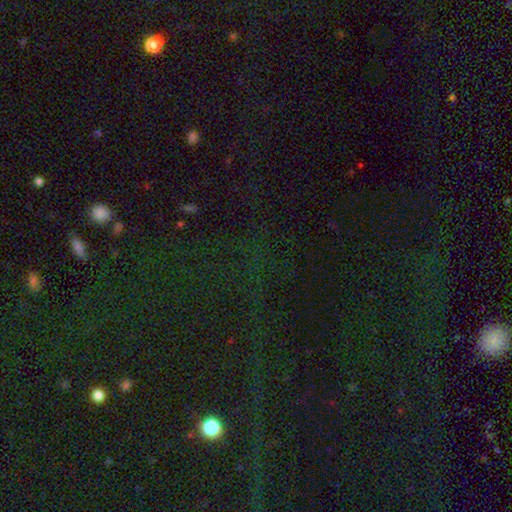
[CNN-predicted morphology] type=star or artifact (73%).